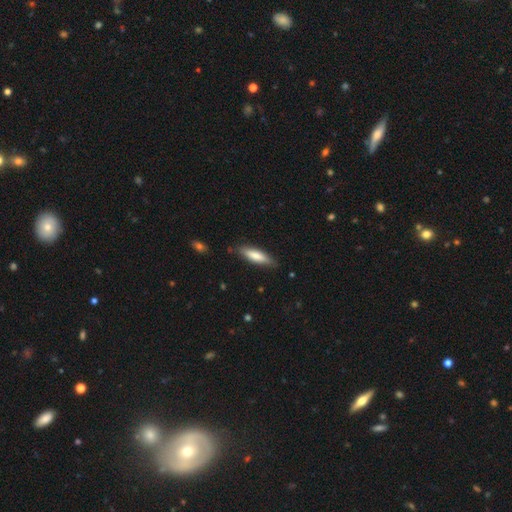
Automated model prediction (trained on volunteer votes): Morphology: type=smooth (76%); roundness=cigar-shaped (67%); merging=none (83%).